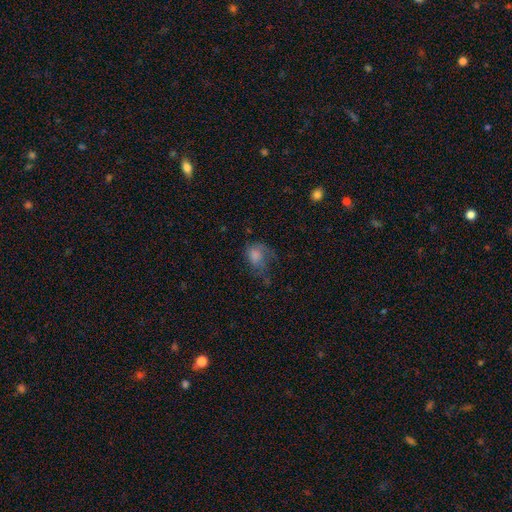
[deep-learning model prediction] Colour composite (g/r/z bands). It shows a smooth galaxy with no disk features (65%) that is in between round and cigar-shaped (57%). Merging: major disturbance (44%).